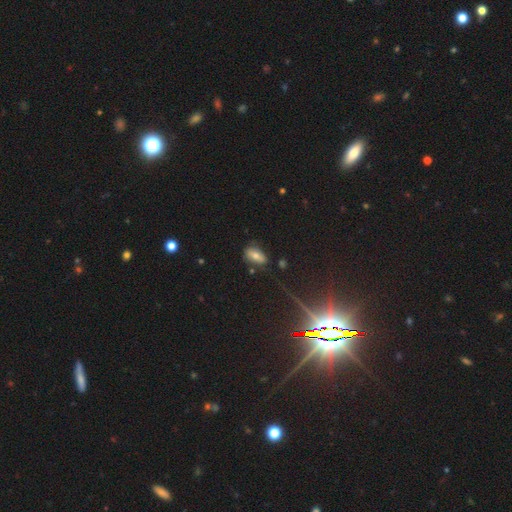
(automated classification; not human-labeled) This appears to be a smooth galaxy with no disk features (63%) that is in between round and cigar-shaped (88%). Merging: none (73%).